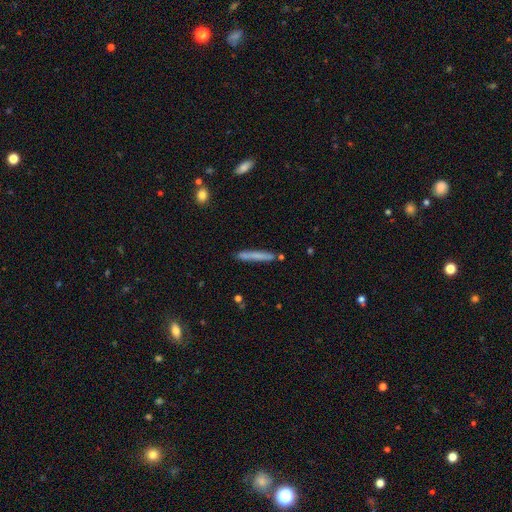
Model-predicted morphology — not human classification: smooth-or-featured: smooth: 71% | featured or disk: 23% | star or artifact: 6%
  how-rounded: cigar-shaped: 96% | in between: 3% | round: 1%
  merging: none: 86% | minor disturbance: 10% | merger: 3% | major disturbance: 2%